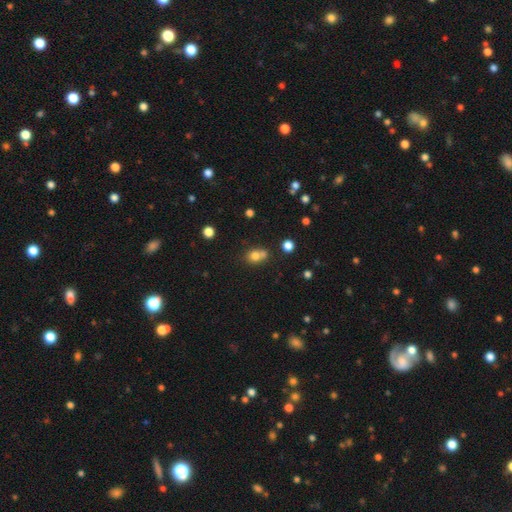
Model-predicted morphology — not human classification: Smooth or featured? smooth (75%)
How rounded? round (58%)
Merging? merger (42%)